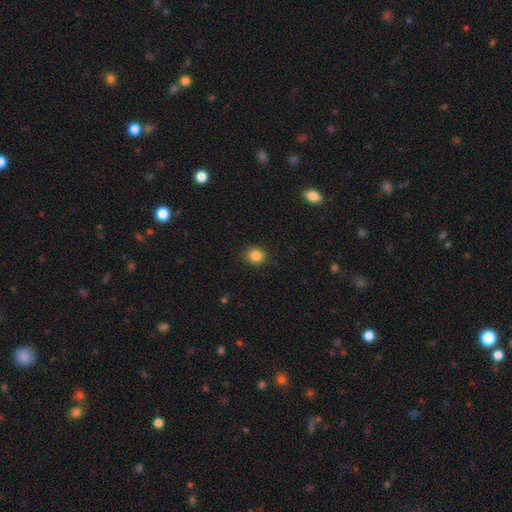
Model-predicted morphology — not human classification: This appears to be a smooth galaxy with no disk features (85%) that is round (77%). Merging: none (88%).